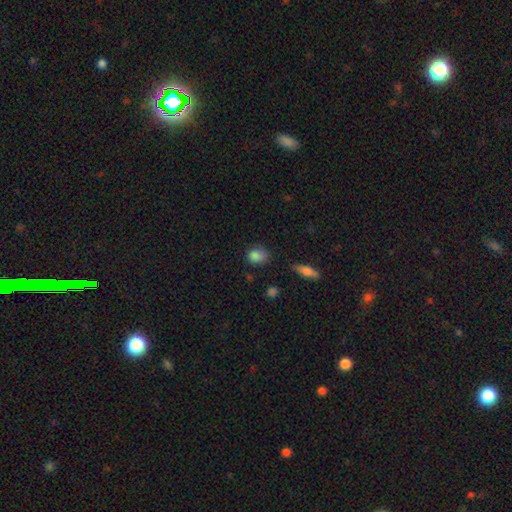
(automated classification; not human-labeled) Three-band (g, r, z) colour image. It shows a smooth galaxy with no disk features (85%) that is in between round and cigar-shaped (52%). Merging: none (63%).